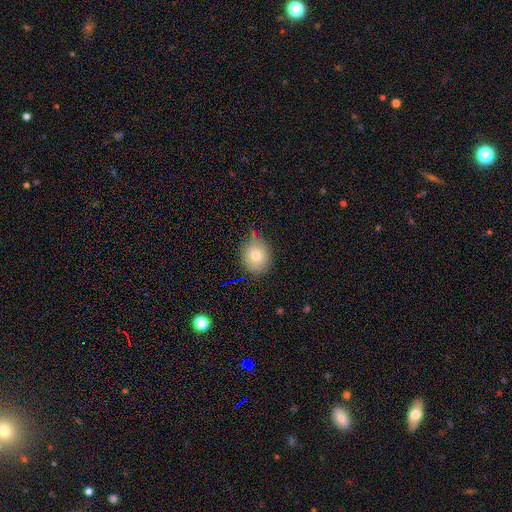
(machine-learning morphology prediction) A smooth galaxy with no disk features (77%) that is round (64%).

Vote fractions:
- Smooth or featured? smooth: 77% / featured or disk: 13% / star or artifact: 10%
- How rounded? round: 64% / in between: 35% / cigar-shaped: 1%
- Merging? none: 74% / minor disturbance: 20% / major disturbance: 4% / merger: 3%